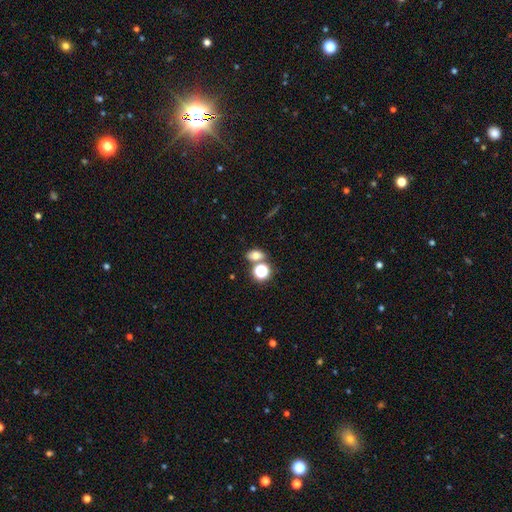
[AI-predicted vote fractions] Smooth or featured? smooth (70%)
How rounded? in between (67%)
Merging? none (64%)